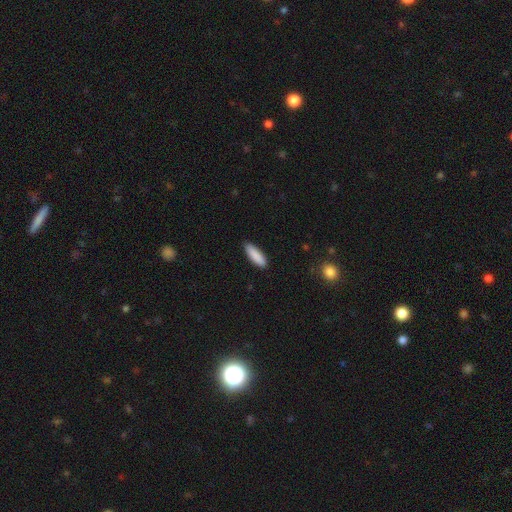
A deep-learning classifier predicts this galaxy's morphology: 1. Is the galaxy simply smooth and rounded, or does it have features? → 89% smooth, 6% star or artifact, 5% featured or disk.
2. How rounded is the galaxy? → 53% cigar-shaped, 46% in between, 1% round.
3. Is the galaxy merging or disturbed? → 88% none, 9% minor disturbance, 2% major disturbance, 1% merger.